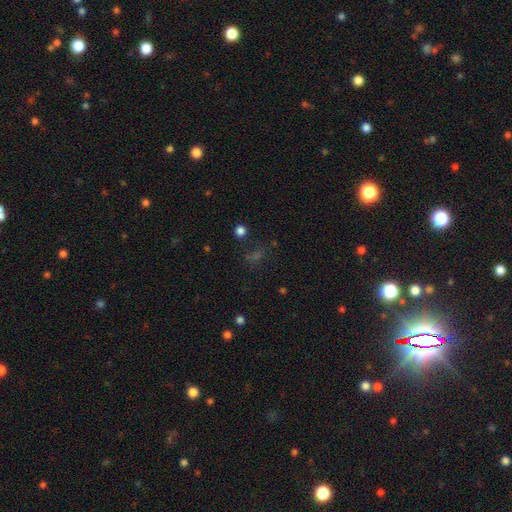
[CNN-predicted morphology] A star or artifact, not a galaxy (50%).

Vote fractions:
- Smooth or featured? star or artifact: 50% / smooth: 39% / featured or disk: 11%